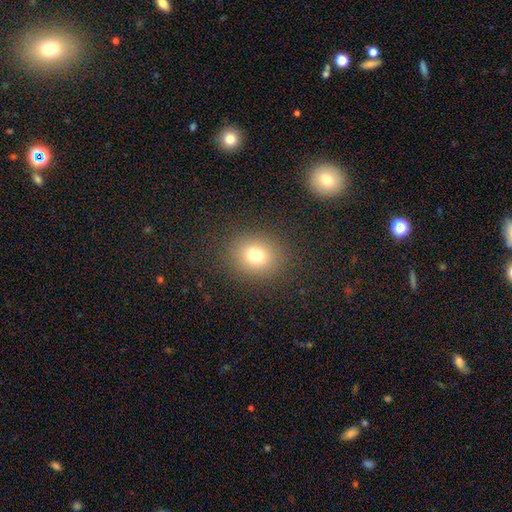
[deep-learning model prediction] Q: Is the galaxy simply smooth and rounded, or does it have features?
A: smooth — 76%.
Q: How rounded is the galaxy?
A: round — 69%.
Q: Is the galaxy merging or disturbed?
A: none — 87%.